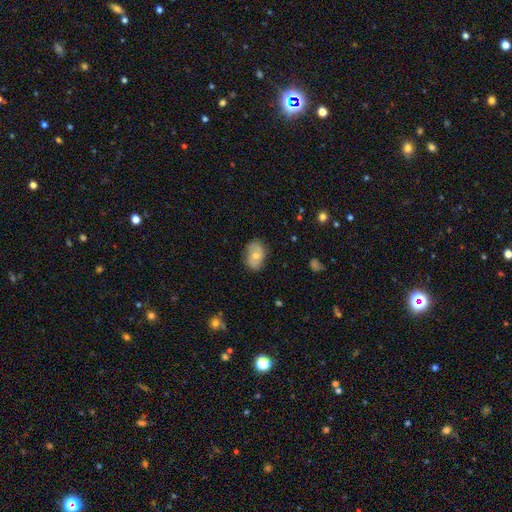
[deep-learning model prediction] Smooth or featured: smooth — 62% (featured or disk — 31%)
How rounded: in between — 78% (round — 20%)
Merging: none — 75% (minor disturbance — 20%)